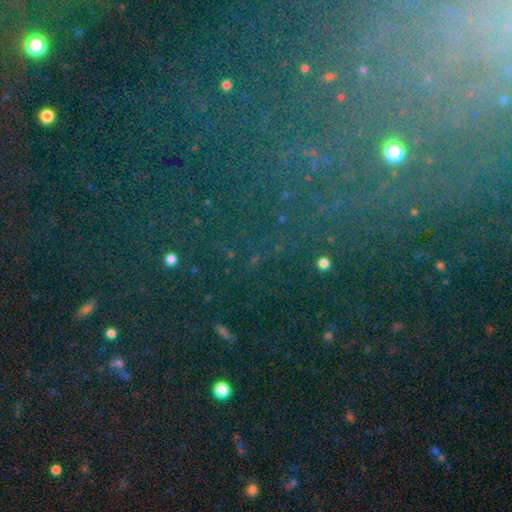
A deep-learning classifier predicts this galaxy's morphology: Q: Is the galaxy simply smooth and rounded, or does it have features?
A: star or artifact — 76%.